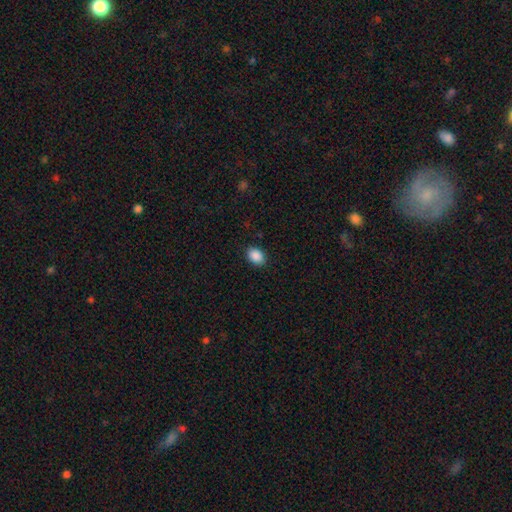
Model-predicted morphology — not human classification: Smooth or featured?
  - smooth: 90% *
  - star or artifact: 8%
  - featured or disk: 3%
How rounded?
  - in between: 74% *
  - round: 25%
  - cigar-shaped: 1%
Merging?
  - none: 89% *
  - minor disturbance: 8%
  - major disturbance: 2%
  - merger: 1%